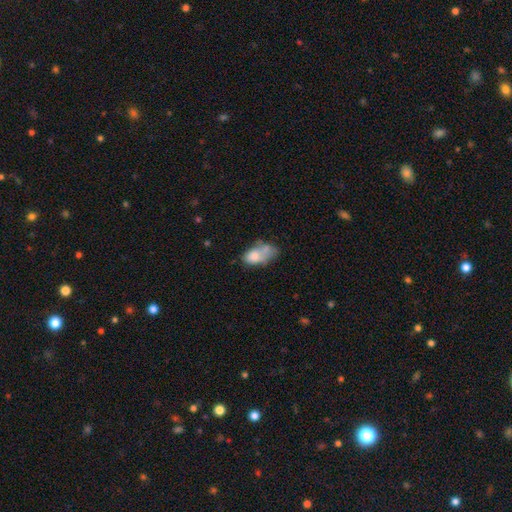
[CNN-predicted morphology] Q: Smooth or featured?
A: smooth (69%); runner-up: featured or disk (23%)
Q: How rounded?
A: in between (88%); runner-up: round (9%)
Q: Merging?
A: merger (36%); runner-up: none (25%)